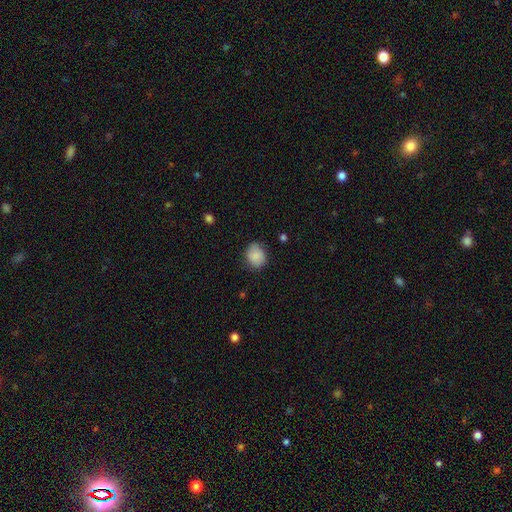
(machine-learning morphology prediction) Smooth or featured? Predicted: smooth (p=0.85). How rounded? Predicted: round (p=0.60). Merging? Predicted: none (p=0.74).